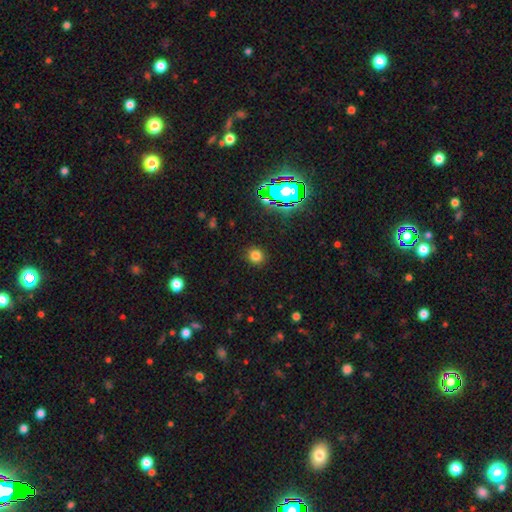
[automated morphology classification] Overall: smooth (76%). How rounded: round (90%). Merging: none (90%).